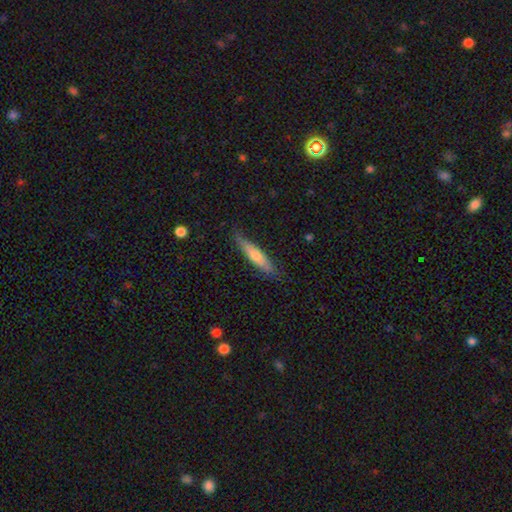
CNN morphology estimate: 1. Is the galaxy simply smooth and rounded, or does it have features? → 63% smooth, 32% featured or disk, 6% star or artifact.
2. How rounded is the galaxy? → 81% cigar-shaped, 17% in between, 2% round.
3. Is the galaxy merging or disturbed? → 80% none, 16% minor disturbance, 3% major disturbance, 1% merger.